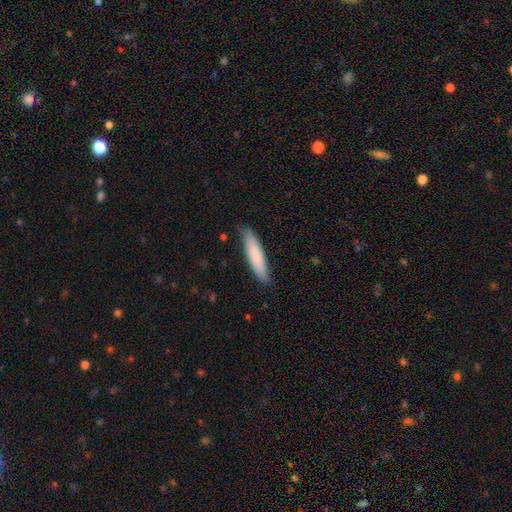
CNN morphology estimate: This is likely a smooth galaxy (79%). How rounded: clearly cigar-shaped (80%). Merging: clearly none (82%).